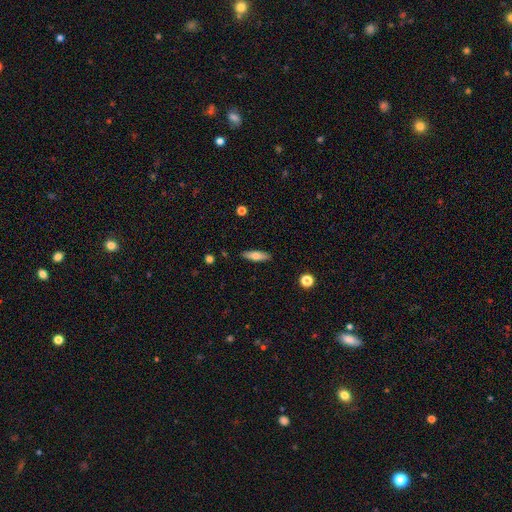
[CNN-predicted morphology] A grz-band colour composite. It shows a smooth galaxy with no disk features (67%) that is cigar-shaped (58%). Merging: none (89%).